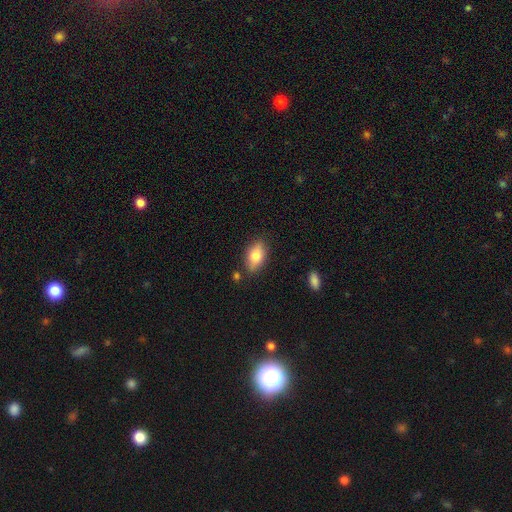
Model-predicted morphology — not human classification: Overall: smooth (74%). How rounded: in between (88%). Merging: none (81%).